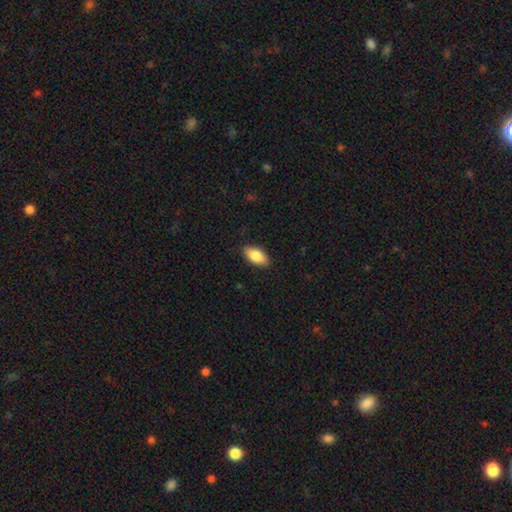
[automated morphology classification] Overall: smooth (84%). How rounded: in between (93%). Merging: none (88%).